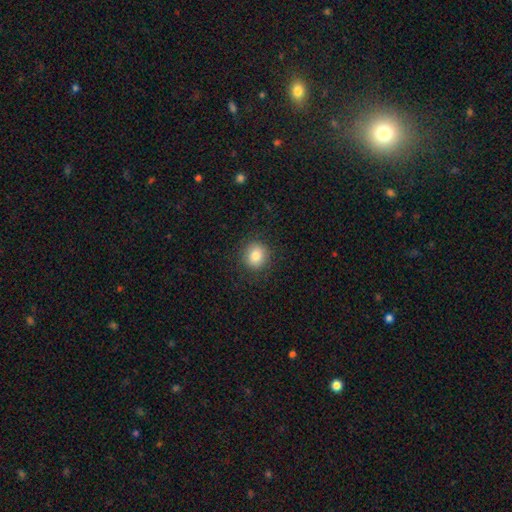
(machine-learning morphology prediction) Smooth or featured? Predicted: smooth (p=0.83). How rounded? Predicted: round (p=0.88). Merging? Predicted: none (p=0.88).